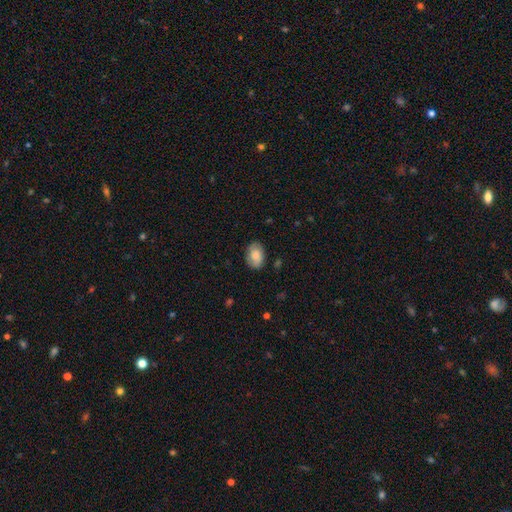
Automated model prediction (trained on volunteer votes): Smooth or featured?
  - smooth: 74% *
  - featured or disk: 19%
  - star or artifact: 7%
How rounded?
  - in between: 86% *
  - round: 13%
  - cigar-shaped: 1%
Merging?
  - none: 80% *
  - minor disturbance: 16%
  - major disturbance: 3%
  - merger: 1%